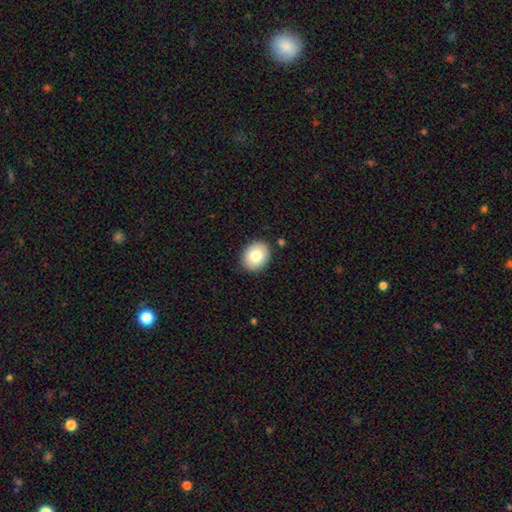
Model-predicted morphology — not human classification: smooth_or_featured: smooth (p=0.80) [alt: featured or disk p=0.12]
how_rounded: in between (p=0.53) [alt: round p=0.46]
merging: none (p=0.88) [alt: minor disturbance p=0.08]